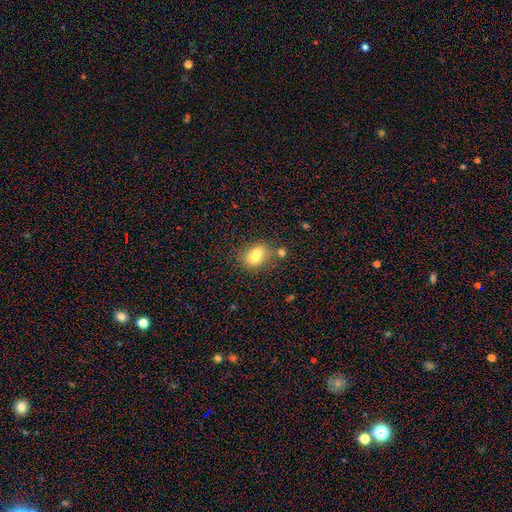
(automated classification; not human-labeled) A smooth galaxy with no disk features (69%) that is in between round and cigar-shaped (59%).

Vote fractions:
- Smooth or featured? smooth: 69% / featured or disk: 19% / star or artifact: 12%
- How rounded? in between: 59% / round: 39% / cigar-shaped: 2%
- Merging? merger: 44% / none: 39% / minor disturbance: 12% / major disturbance: 5%